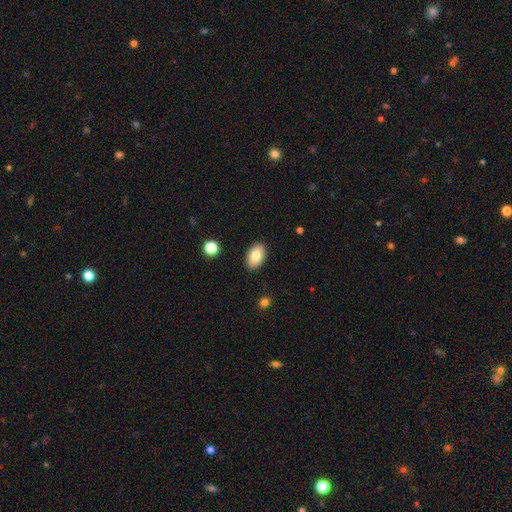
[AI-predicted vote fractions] This appears to be a smooth galaxy with no disk features (80%) that is in between round and cigar-shaped (91%). Merging: none (89%).